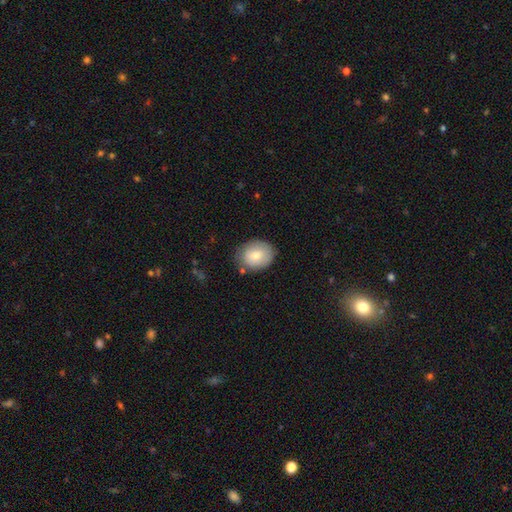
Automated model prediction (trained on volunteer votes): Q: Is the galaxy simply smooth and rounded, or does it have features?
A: smooth — 77%.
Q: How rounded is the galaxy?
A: round — 50%.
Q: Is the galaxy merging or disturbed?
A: none — 76%.